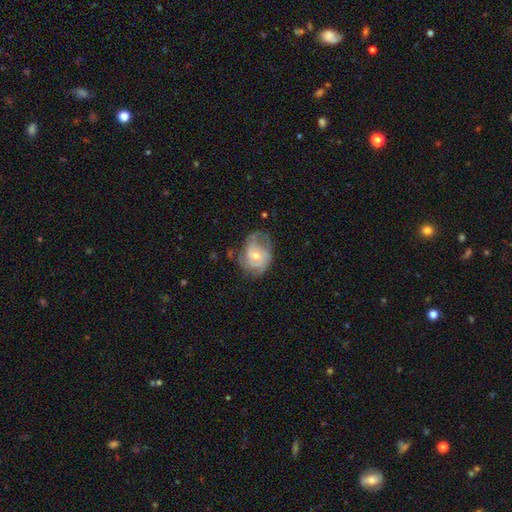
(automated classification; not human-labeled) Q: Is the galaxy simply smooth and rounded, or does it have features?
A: featured or disk — 72%.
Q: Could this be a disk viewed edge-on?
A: no — 97%.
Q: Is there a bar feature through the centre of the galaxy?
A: no — 57%.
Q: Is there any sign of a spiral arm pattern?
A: yes — 86%.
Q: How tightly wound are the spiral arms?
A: medium — 42%.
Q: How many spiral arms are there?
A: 2 — 41%.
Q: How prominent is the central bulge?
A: moderate — 49%.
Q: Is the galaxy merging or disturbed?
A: none — 51%.